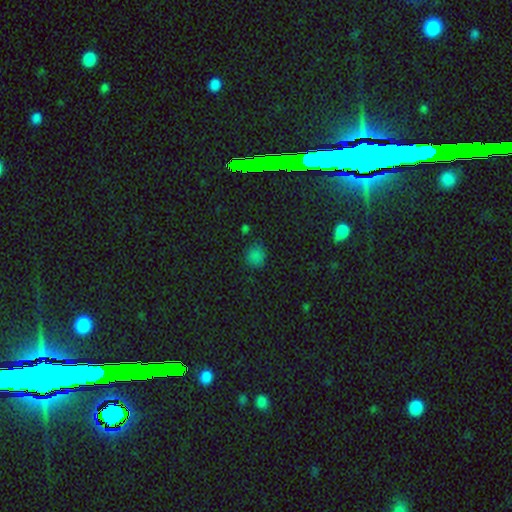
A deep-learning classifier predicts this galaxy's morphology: smooth 72%, star or artifact 24%, featured or disk 4%. Down the decision tree: how rounded — round (81%); merging — none (79%).